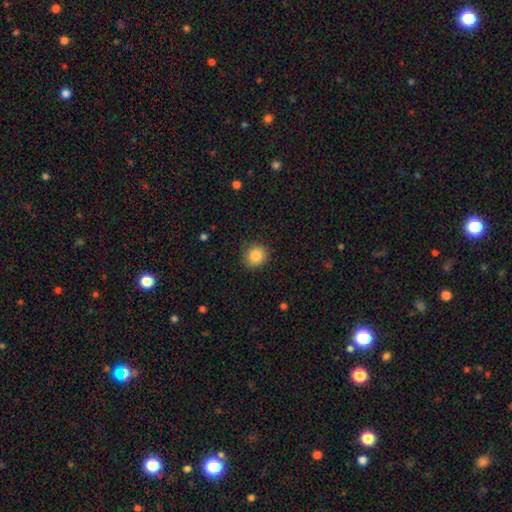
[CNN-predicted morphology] Smooth or featured? Predicted: smooth (p=0.85). How rounded? Predicted: round (p=0.83). Merging? Predicted: none (p=0.88).